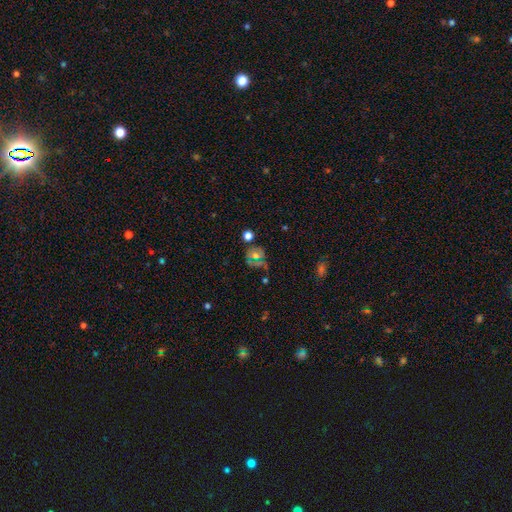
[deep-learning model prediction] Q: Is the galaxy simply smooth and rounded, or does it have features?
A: smooth — 48%.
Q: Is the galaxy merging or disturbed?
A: none — 57%.